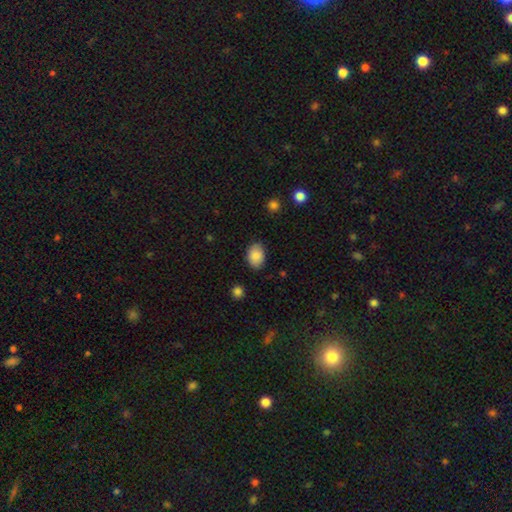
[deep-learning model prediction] A smooth galaxy with no disk features (88%) that is in between round and cigar-shaped (79%). Merging: none (83%).